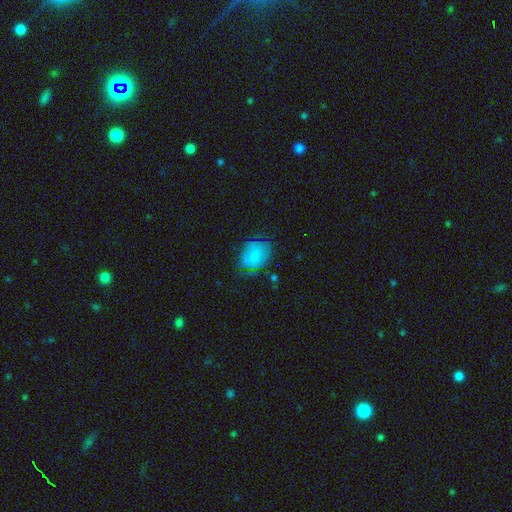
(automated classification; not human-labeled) smooth_or_featured: smooth (p=0.76) [alt: featured or disk p=0.15]
how_rounded: in between (p=0.69) [alt: round p=0.30]
merging: none (p=0.59) [alt: minor disturbance p=0.28]